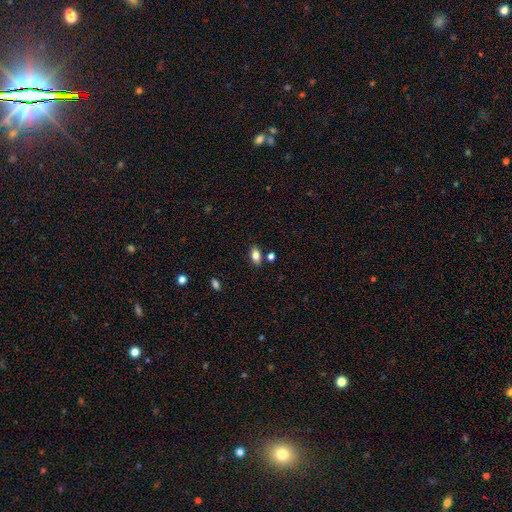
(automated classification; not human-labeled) Smooth or featured? smooth (81%)
How rounded? in between (90%)
Merging? none (82%)